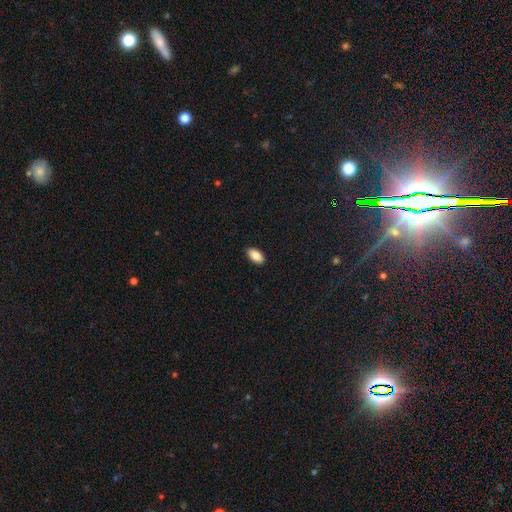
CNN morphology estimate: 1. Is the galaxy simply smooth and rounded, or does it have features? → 86% smooth, 7% star or artifact, 7% featured or disk.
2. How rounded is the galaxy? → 94% in between, 4% round, 3% cigar-shaped.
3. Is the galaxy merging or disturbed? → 90% none, 7% minor disturbance, 2% major disturbance, 1% merger.